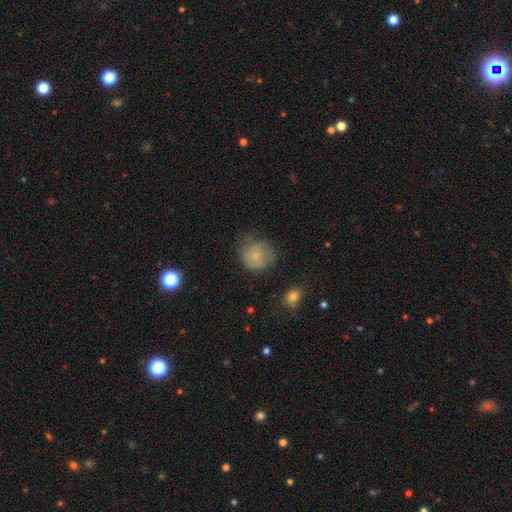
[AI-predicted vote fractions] Smooth or featured: smooth — 60% (featured or disk — 31%)
How rounded: round — 85% (in between — 14%)
Merging: none — 56% (minor disturbance — 27%)